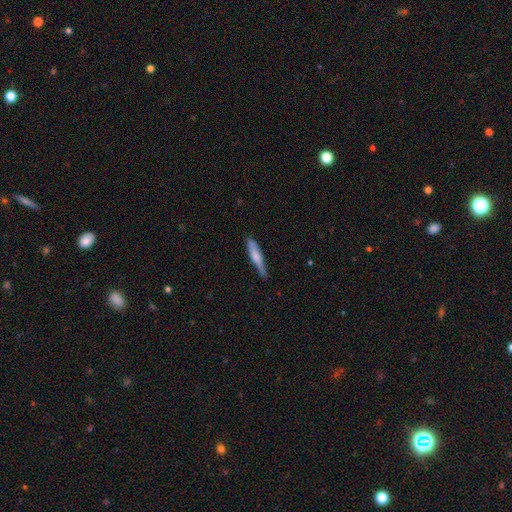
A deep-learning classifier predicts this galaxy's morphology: Overall: smooth (65%; featured or disk 30%). How rounded: cigar-shaped (85%). Merging: none (63%; minor disturbance 30%).